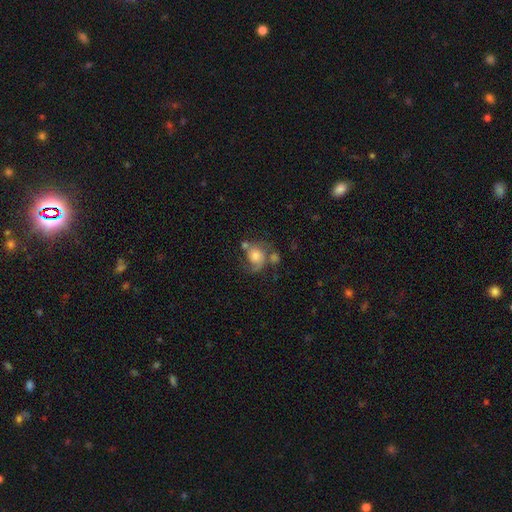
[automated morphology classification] Smooth or featured? featured or disk (52%)
Edge-on disk? no (97%)
Bar? no (77%)
Spiral arms? yes (82%)
Bulge size? moderate (38%)
Merging? none (35%)